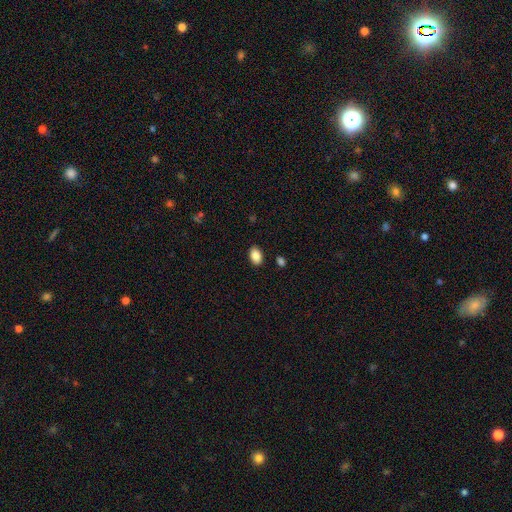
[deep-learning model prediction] Smooth or featured?
  - smooth: 87% *
  - star or artifact: 8%
  - featured or disk: 5%
How rounded?
  - in between: 87% *
  - round: 12%
  - cigar-shaped: 1%
Merging?
  - none: 87% *
  - minor disturbance: 9%
  - major disturbance: 2%
  - merger: 2%